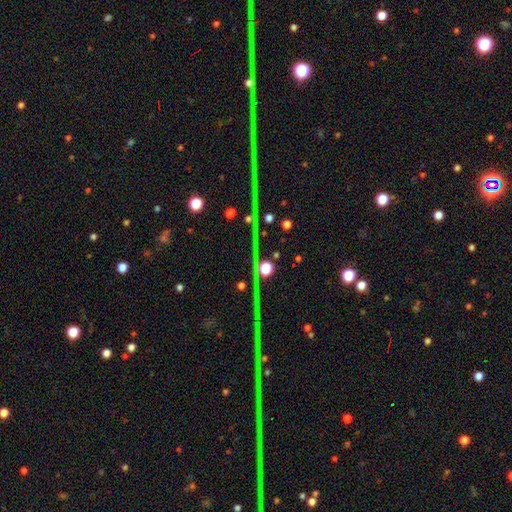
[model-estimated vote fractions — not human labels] Smooth or featured? star or artifact (85%)